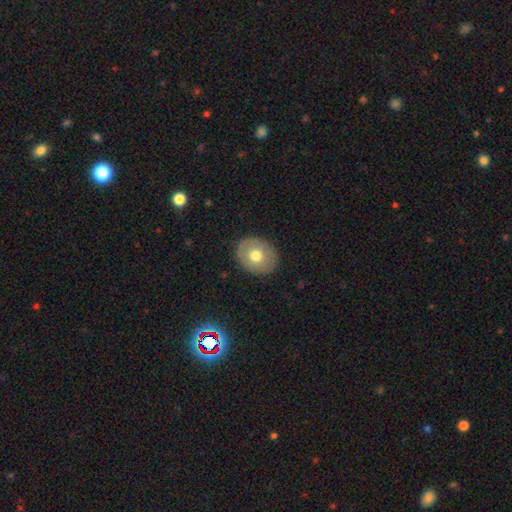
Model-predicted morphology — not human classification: smooth-or-featured: smooth: 65% | featured or disk: 28% | star or artifact: 7%
  how-rounded: round: 57% | in between: 43% | cigar-shaped: 1%
  merging: none: 88% | minor disturbance: 9% | major disturbance: 3% | merger: 1%